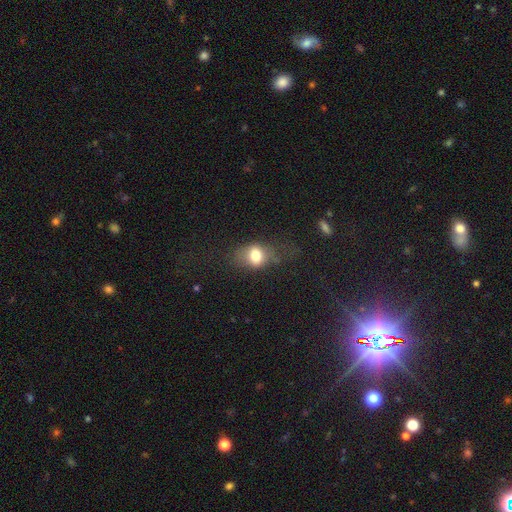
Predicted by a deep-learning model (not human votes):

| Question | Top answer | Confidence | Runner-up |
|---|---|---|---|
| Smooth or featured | smooth | 70% | featured or disk (19%) |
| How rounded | in between | 69% | round (29%) |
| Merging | none | 51% | minor disturbance (25%) |